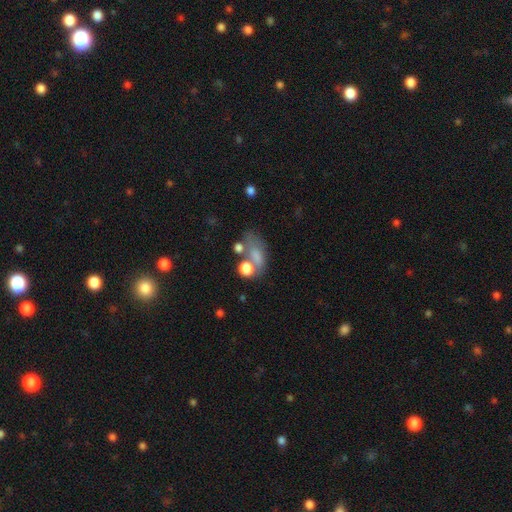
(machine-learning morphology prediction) smooth-or-featured: smooth: 65% | featured or disk: 19% | star or artifact: 16%
  how-rounded: in between: 74% | round: 21% | cigar-shaped: 6%
  merging: none: 32% | merger: 29% | major disturbance: 22% | minor disturbance: 17%